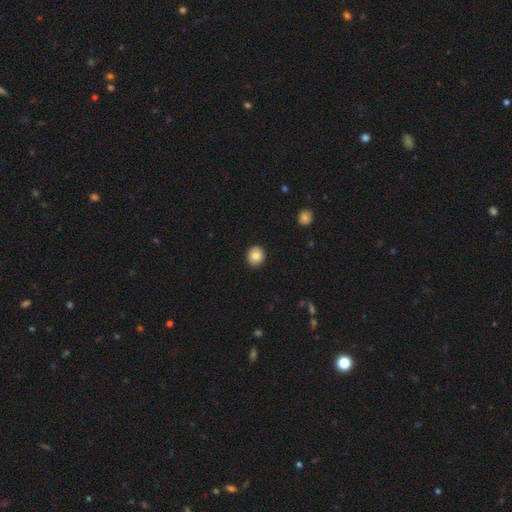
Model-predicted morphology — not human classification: This is clearly a smooth galaxy (83%). How rounded: clearly round (84%). Merging: clearly none (91%).